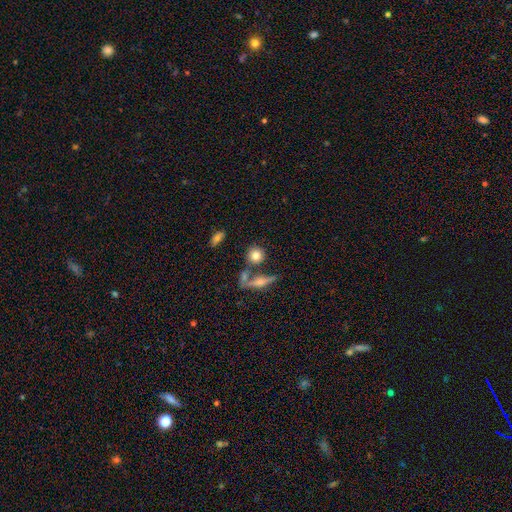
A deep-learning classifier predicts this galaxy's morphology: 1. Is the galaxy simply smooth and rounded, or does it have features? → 76% smooth, 14% featured or disk, 10% star or artifact.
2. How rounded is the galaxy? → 85% round, 12% in between, 3% cigar-shaped.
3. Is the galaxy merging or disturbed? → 69% none, 16% merger, 11% minor disturbance, 4% major disturbance.